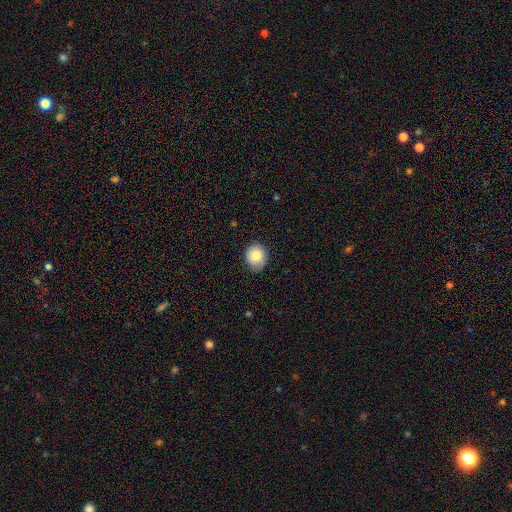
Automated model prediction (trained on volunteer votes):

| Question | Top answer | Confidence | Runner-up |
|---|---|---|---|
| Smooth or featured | smooth | 84% | star or artifact (8%) |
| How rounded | round | 71% | in between (28%) |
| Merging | none | 82% | minor disturbance (14%) |